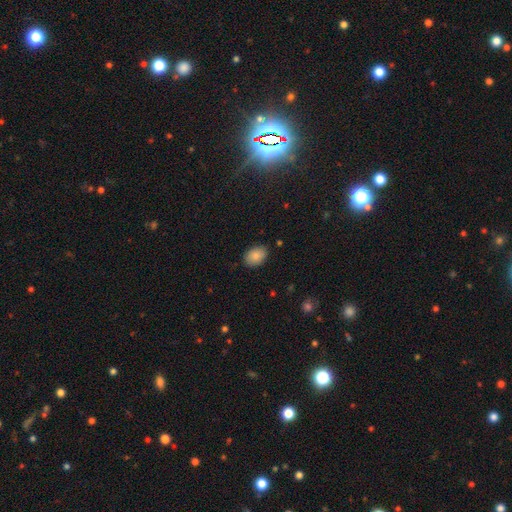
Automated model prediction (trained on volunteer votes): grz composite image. It shows a smooth galaxy with no disk features (85%) that is in between round and cigar-shaped (85%). Merging: none (84%).